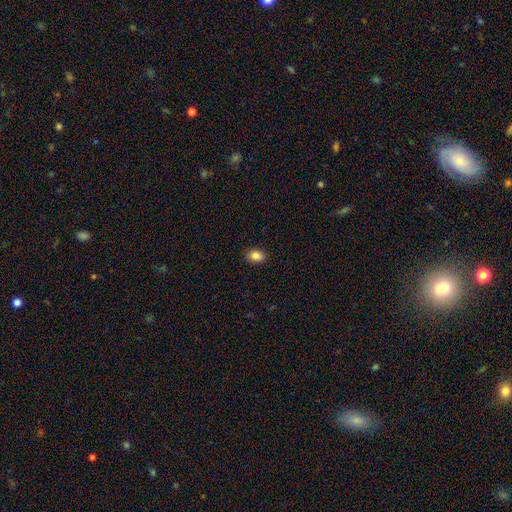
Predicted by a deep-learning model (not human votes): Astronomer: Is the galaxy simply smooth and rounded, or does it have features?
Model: smooth — 85%.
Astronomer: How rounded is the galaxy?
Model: in between — 76%.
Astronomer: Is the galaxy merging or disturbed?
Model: none — 90%.